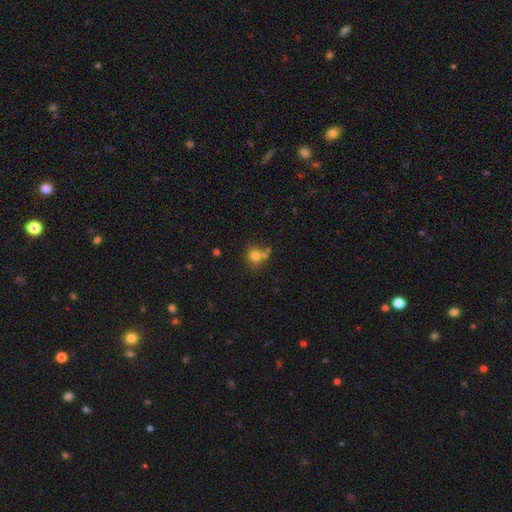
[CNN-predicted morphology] Smooth or featured? Predicted: smooth (p=0.76). How rounded? Predicted: round (p=0.80). Merging? Predicted: none (p=0.50).